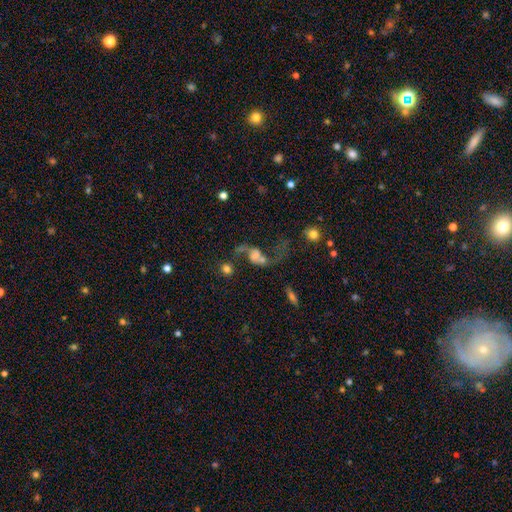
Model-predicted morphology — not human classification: This is likely a featured or disk galaxy (69%). It is clearly not viewed edge-on (95%). Bar: likely no (62%). Spiral arm pattern: clearly yes (84%). Spiral arm count: clearly 2 (85%). Spiral winding: clearly loose (89%). Central bulge: marginally moderate (33%). Merging: marginally none (34%).